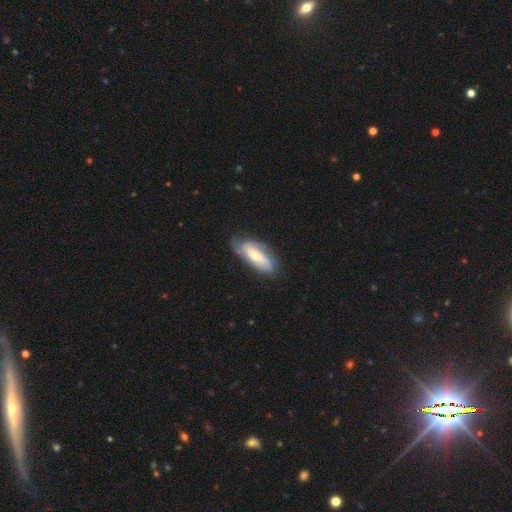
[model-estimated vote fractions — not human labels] This appears to be a featured or disk galaxy (50%). Merging: none (66%).